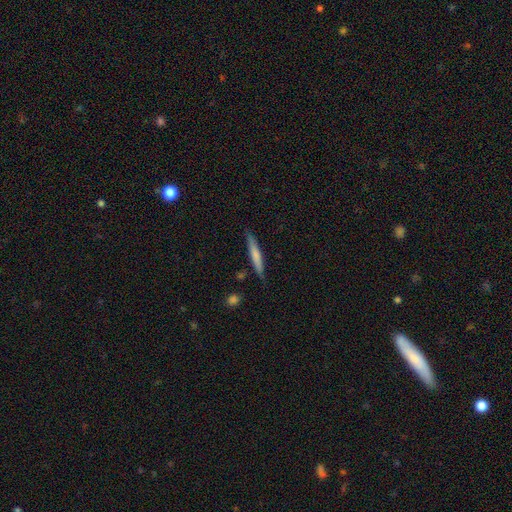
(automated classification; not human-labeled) smooth_or_featured: smooth (p=0.66) [alt: featured or disk p=0.29]
how_rounded: cigar-shaped (p=0.94) [alt: in between p=0.04]
merging: none (p=0.84) [alt: minor disturbance p=0.12]